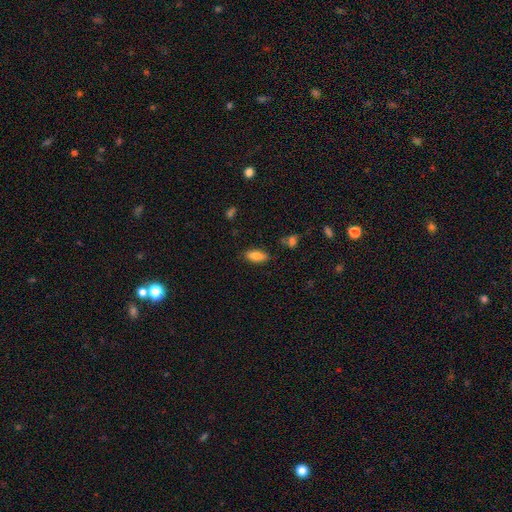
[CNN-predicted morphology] smooth 83%, featured or disk 10%, star or artifact 8%. Down the decision tree: how rounded — in between (82%); merging — none (83%).